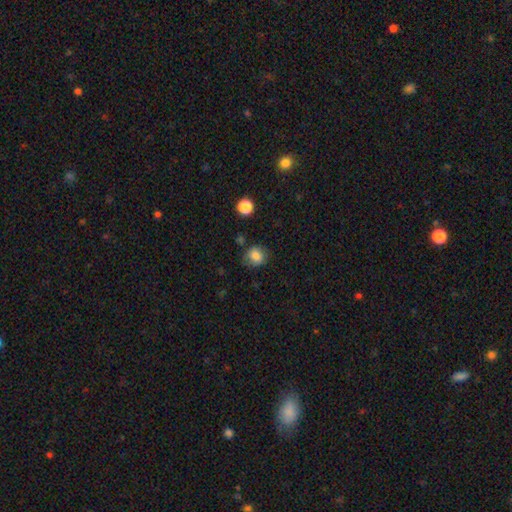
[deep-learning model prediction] smooth-or-featured: smooth: 81% | star or artifact: 11% | featured or disk: 9%
  how-rounded: round: 71% | in between: 28% | cigar-shaped: 1%
  merging: none: 74% | minor disturbance: 18% | major disturbance: 5% | merger: 3%